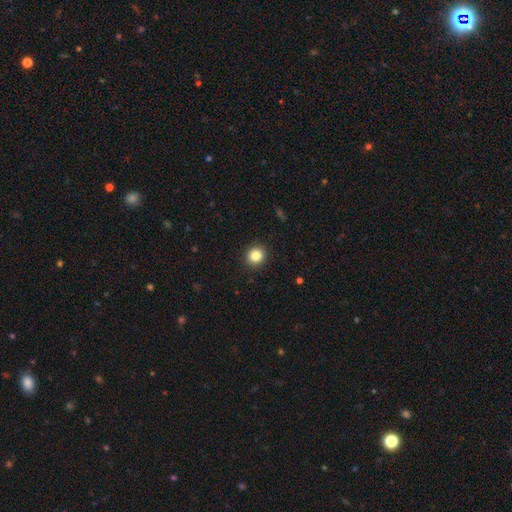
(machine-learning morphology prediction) type=smooth (85%); roundness=round (89%); merging=none (92%).